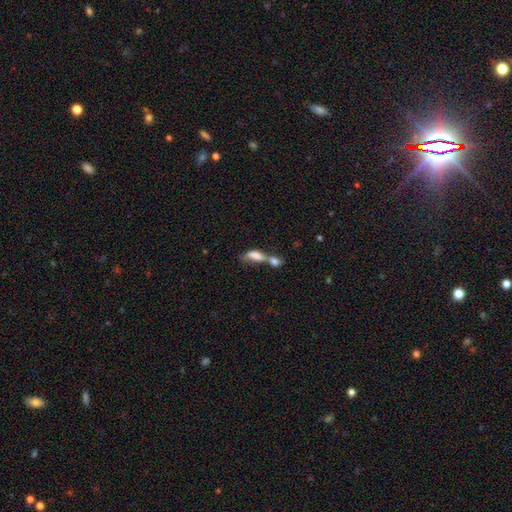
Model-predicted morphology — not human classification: Smooth or featured: smooth — 71% (featured or disk — 19%)
How rounded: in between — 71% (cigar-shaped — 21%)
Merging: merger — 71% (none — 12%)